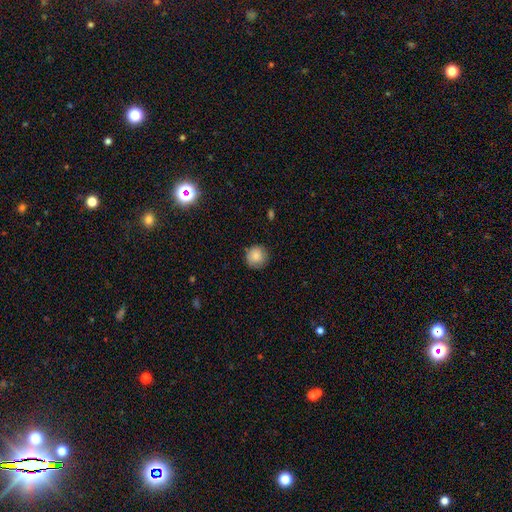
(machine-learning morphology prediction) A smooth galaxy with no disk features (86%) that is round (93%).

Vote fractions:
- Smooth or featured? smooth: 86% / star or artifact: 8% / featured or disk: 5%
- How rounded? round: 93% / in between: 6% / cigar-shaped: 1%
- Merging? none: 85% / minor disturbance: 12% / major disturbance: 2% / merger: 1%